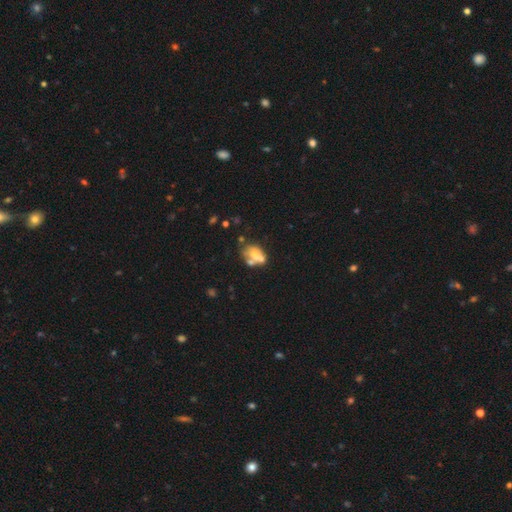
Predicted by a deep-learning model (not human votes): smooth_or_featured: smooth (p=0.48) [alt: featured or disk p=0.41]
merging: merger (p=0.44) [alt: none p=0.28]